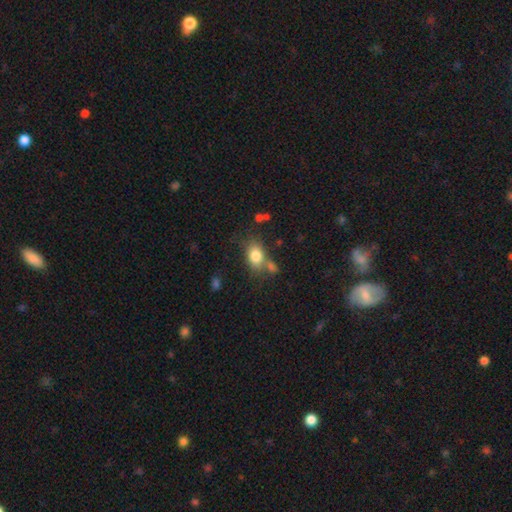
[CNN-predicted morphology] Overall: smooth (81%). How rounded: in between (75%). Merging: none (59%).